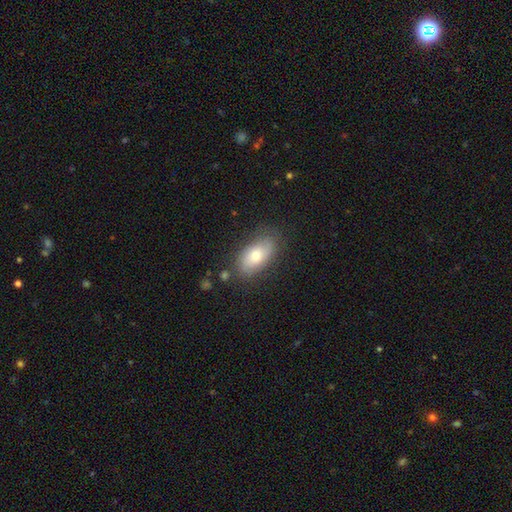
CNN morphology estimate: A smooth galaxy with no disk features (68%) that is in between round and cigar-shaped (91%). Merging: none (76%).